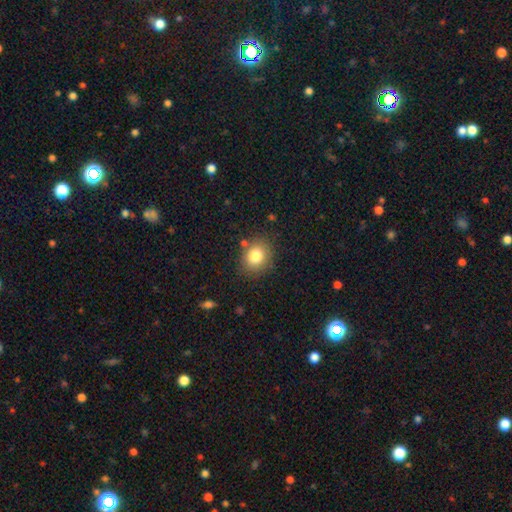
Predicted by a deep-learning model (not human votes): Overall: smooth (80%). How rounded: round (63%; in between 36%). Merging: none (82%).